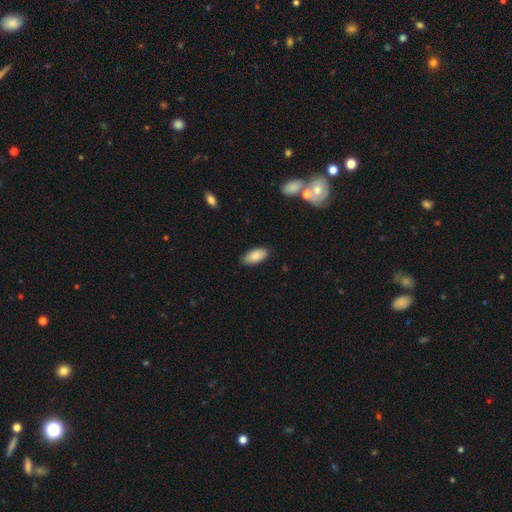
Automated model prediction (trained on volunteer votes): Smooth or featured?
  - smooth: 86% *
  - featured or disk: 7%
  - star or artifact: 6%
How rounded?
  - in between: 93% *
  - cigar-shaped: 5%
  - round: 2%
Merging?
  - none: 81% *
  - minor disturbance: 15%
  - major disturbance: 2%
  - merger: 1%